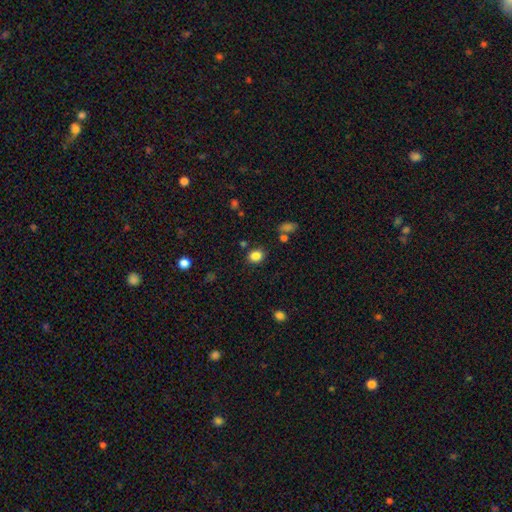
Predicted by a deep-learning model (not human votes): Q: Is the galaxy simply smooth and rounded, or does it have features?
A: smooth — 84%.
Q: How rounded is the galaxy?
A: round — 55%.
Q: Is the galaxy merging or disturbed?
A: none — 82%.